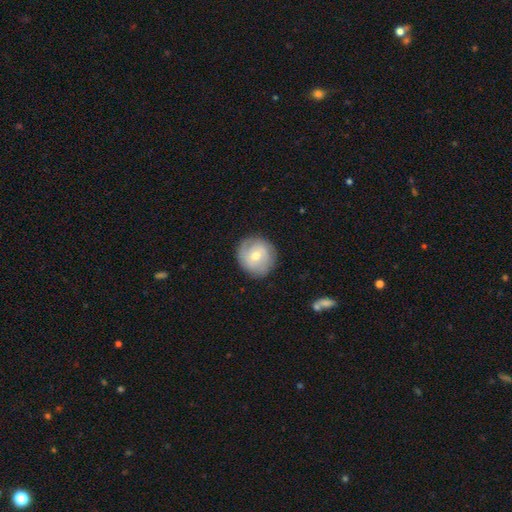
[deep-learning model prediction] smooth-or-featured: smooth: 52% | featured or disk: 40% | star or artifact: 8%
  how-rounded: round: 92% | in between: 7% | cigar-shaped: 1%
  merging: none: 85% | minor disturbance: 11% | major disturbance: 3% | merger: 1%